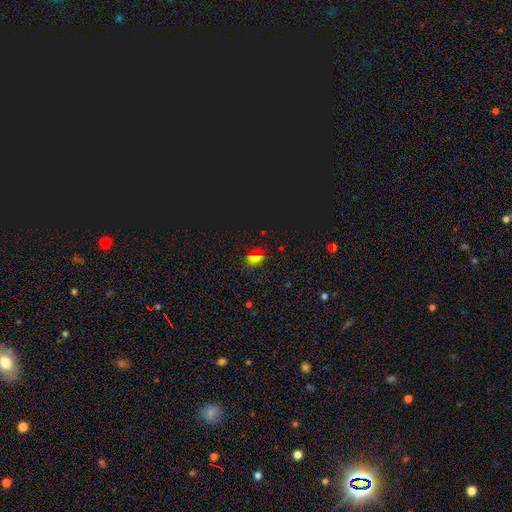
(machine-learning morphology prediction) Smooth or featured?
  - smooth: 56% *
  - star or artifact: 36%
  - featured or disk: 8%
How rounded?
  - in between: 62% *
  - round: 35%
  - cigar-shaped: 3%
Merging?
  - none: 83% *
  - minor disturbance: 12%
  - major disturbance: 4%
  - merger: 2%